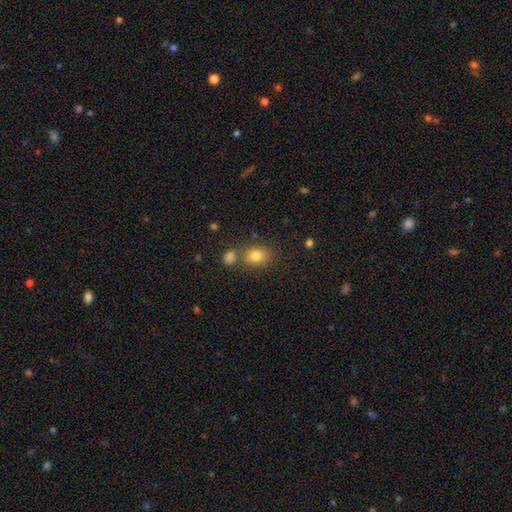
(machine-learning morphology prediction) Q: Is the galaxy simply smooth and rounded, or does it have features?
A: smooth — 81%.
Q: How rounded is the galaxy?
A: in between — 55%.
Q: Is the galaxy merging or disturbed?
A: none — 67%.